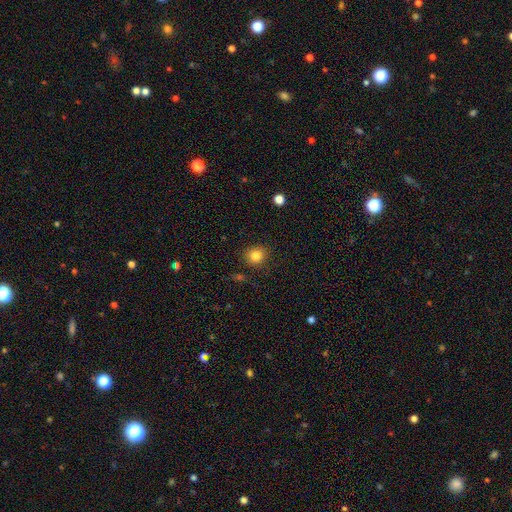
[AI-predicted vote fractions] This appears to be a smooth galaxy with no disk features (84%) that is round (82%). Merging: none (86%).